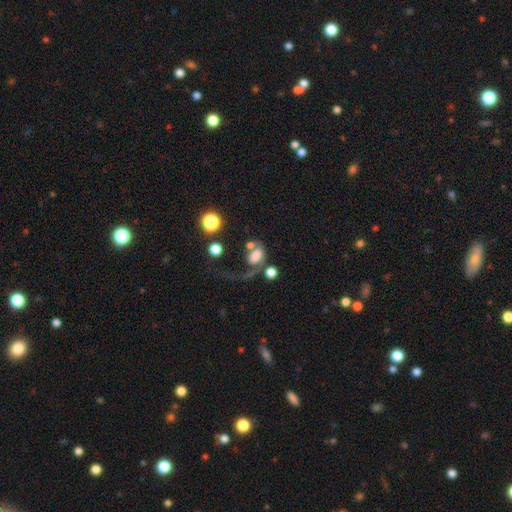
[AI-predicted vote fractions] smooth_or_featured: smooth (p=0.49) [alt: featured or disk p=0.39]
merging: major disturbance (p=0.41) [alt: none p=0.24]